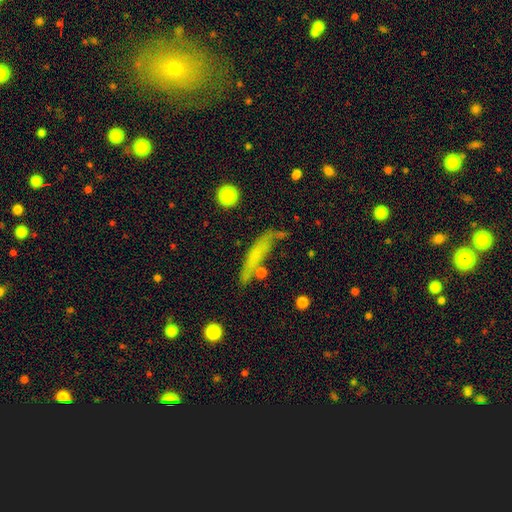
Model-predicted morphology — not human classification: A smooth galaxy with no disk features (58%) that is cigar-shaped (81%).

Vote fractions:
- Smooth or featured? smooth: 58% / featured or disk: 31% / star or artifact: 11%
- How rounded? cigar-shaped: 81% / in between: 16% / round: 4%
- Merging? none: 57% / minor disturbance: 23% / major disturbance: 12% / merger: 8%